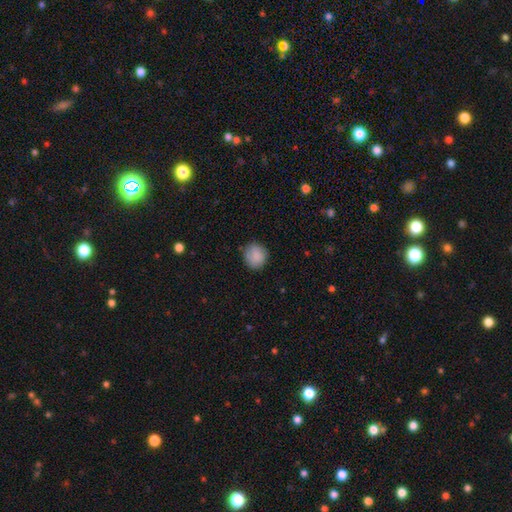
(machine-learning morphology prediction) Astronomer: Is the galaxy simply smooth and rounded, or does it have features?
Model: smooth — 87%.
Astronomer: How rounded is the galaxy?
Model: round — 87%.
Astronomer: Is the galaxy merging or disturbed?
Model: none — 82%.